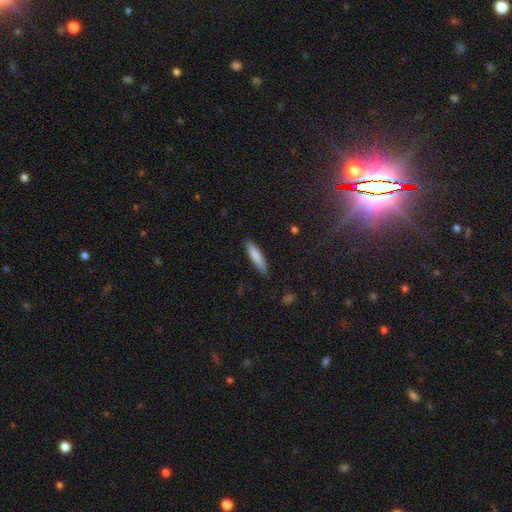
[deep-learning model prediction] Q: Smooth or featured?
A: smooth (82%); runner-up: featured or disk (12%)
Q: How rounded?
A: cigar-shaped (79%); runner-up: in between (20%)
Q: Merging?
A: none (83%); runner-up: minor disturbance (13%)